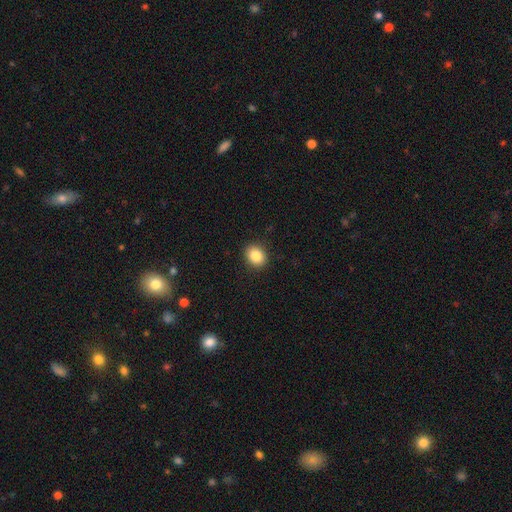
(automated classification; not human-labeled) Overall: smooth (86%). How rounded: round (56%; in between 43%). Merging: none (90%).